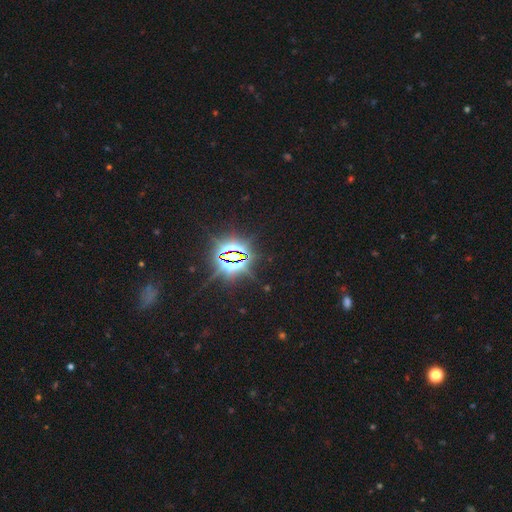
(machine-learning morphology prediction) smooth_or_featured: star or artifact (p=0.84) [alt: smooth p=0.09]